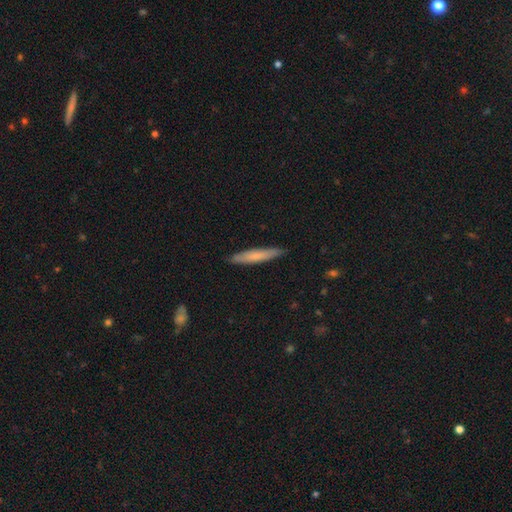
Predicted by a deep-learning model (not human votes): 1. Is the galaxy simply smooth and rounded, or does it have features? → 67% smooth, 27% featured or disk, 6% star or artifact.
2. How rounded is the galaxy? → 93% cigar-shaped, 6% in between, 1% round.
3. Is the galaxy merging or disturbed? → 88% none, 9% minor disturbance, 2% major disturbance, 1% merger.